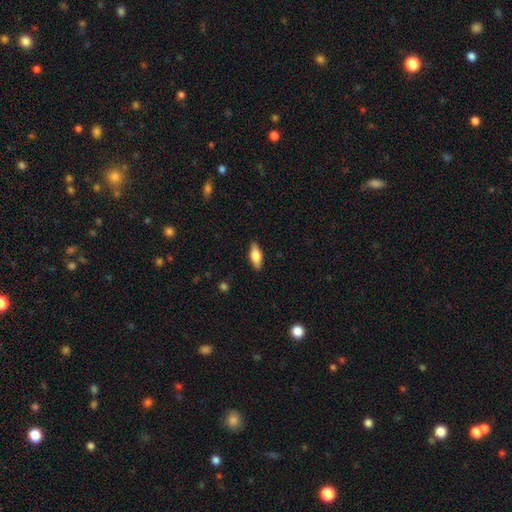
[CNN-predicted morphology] smooth-or-featured: smooth: 60% | featured or disk: 34% | star or artifact: 7%
  how-rounded: in between: 67% | cigar-shaped: 30% | round: 3%
  merging: none: 88% | minor disturbance: 9% | major disturbance: 2% | merger: 1%